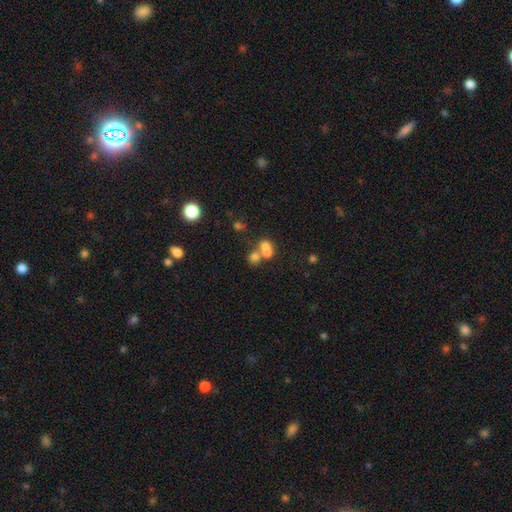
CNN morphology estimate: Smooth or featured? smooth (55%)
How rounded? round (60%)
Merging? merger (54%)